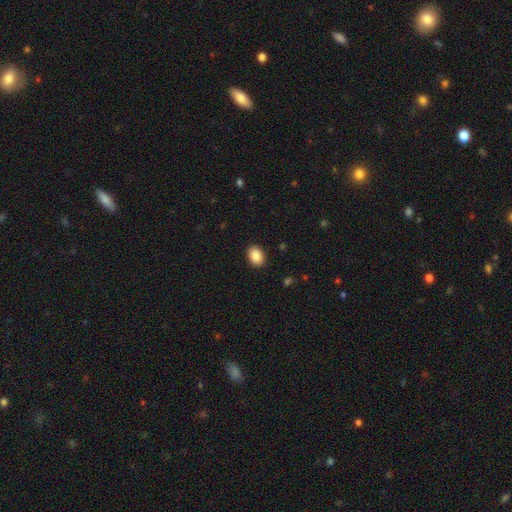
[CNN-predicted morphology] Smooth or featured: smooth — 88% (star or artifact — 8%)
How rounded: in between — 78% (round — 21%)
Merging: none — 90% (minor disturbance — 7%)